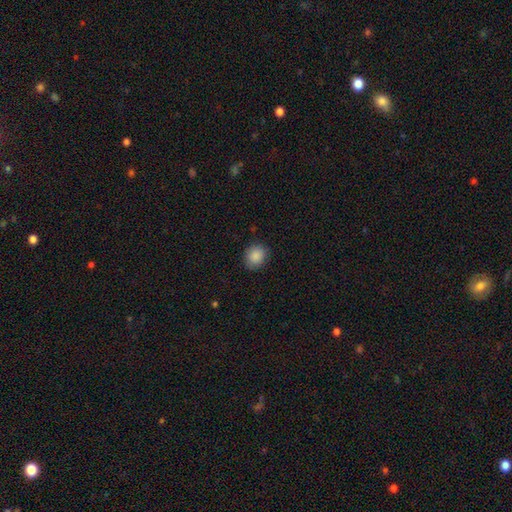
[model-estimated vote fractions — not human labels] This is clearly a smooth galaxy (88%). How rounded: likely round (73%). Merging: clearly none (86%).